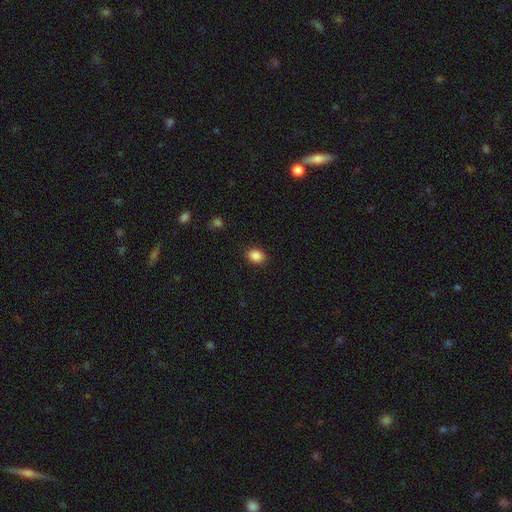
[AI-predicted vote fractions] The model was most divided on "how rounded": in between: 62%, round: 37%, cigar-shaped: 1%. More confident: merging — none (89%); smooth or featured — smooth (87%).